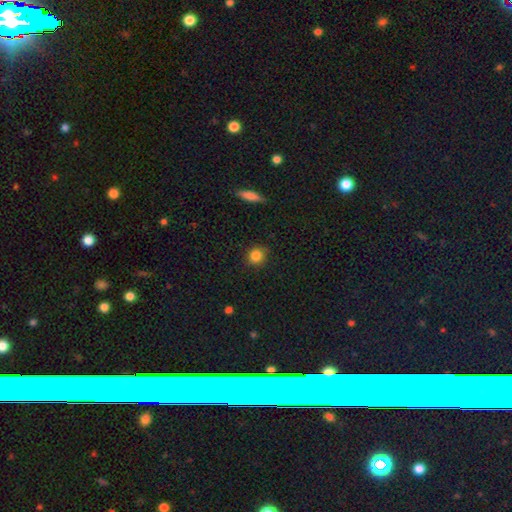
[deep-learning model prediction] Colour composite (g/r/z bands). It shows a smooth galaxy with no disk features (84%) that is round (89%). Merging: none (87%).